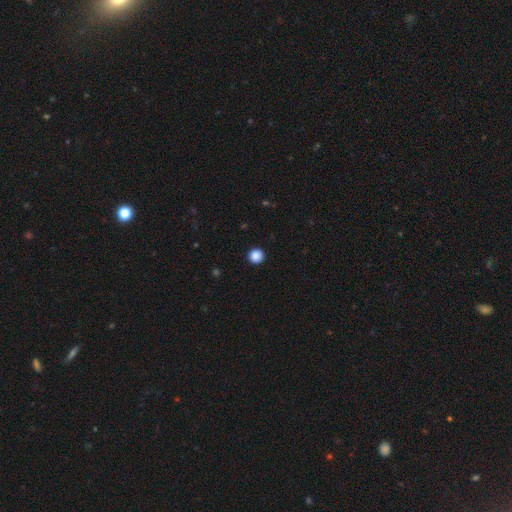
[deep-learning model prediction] Smooth or featured? Predicted: smooth (p=0.88). How rounded? Predicted: round (p=0.95). Merging? Predicted: none (p=0.94).